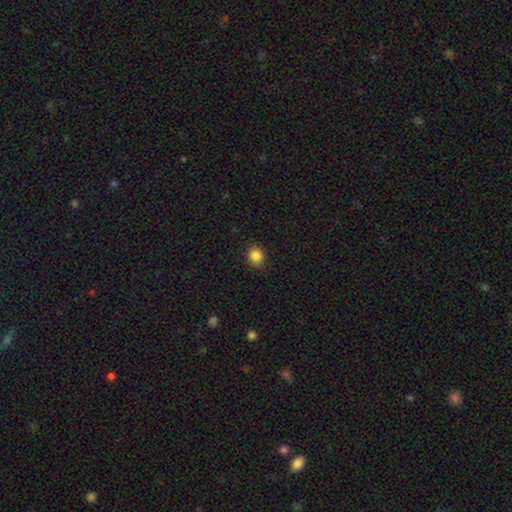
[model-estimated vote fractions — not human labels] Overall: smooth (86%). How rounded: round (78%). Merging: none (89%).